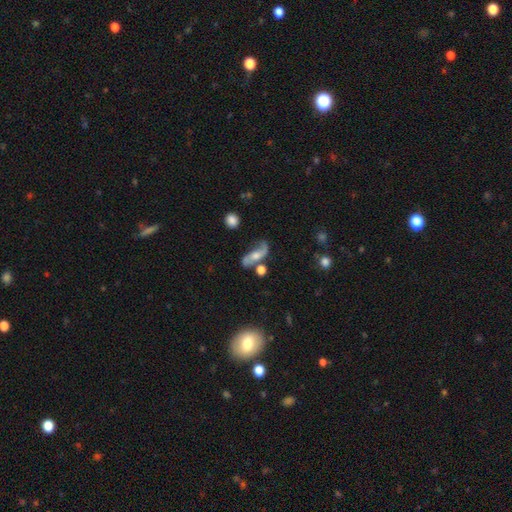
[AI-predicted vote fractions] Morphology: type=featured or disk (68%); edge-on=no (90%); bar=no (58%); spiral arms=yes (88%); winding=loose (70%); arm count=2 (82%); bulge=moderate (55%); merging=none (46%).